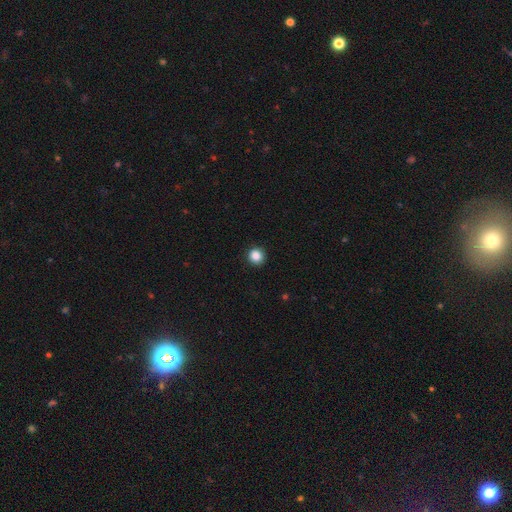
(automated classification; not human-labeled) Smooth or featured? Predicted: smooth (p=0.87). How rounded? Predicted: round (p=0.94). Merging? Predicted: none (p=0.93).